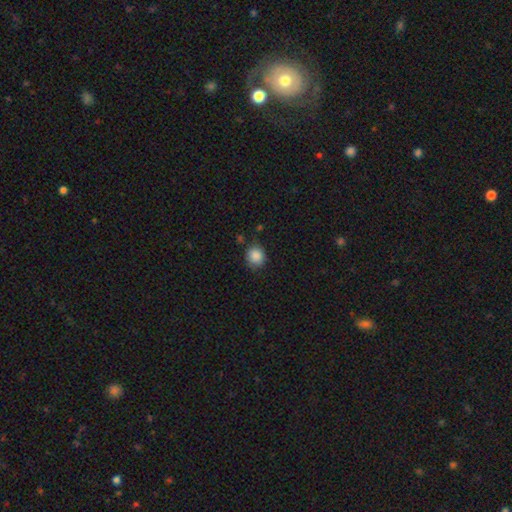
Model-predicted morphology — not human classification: Smooth or featured? Predicted: smooth (p=0.88). How rounded? Predicted: round (p=0.79). Merging? Predicted: none (p=0.78).